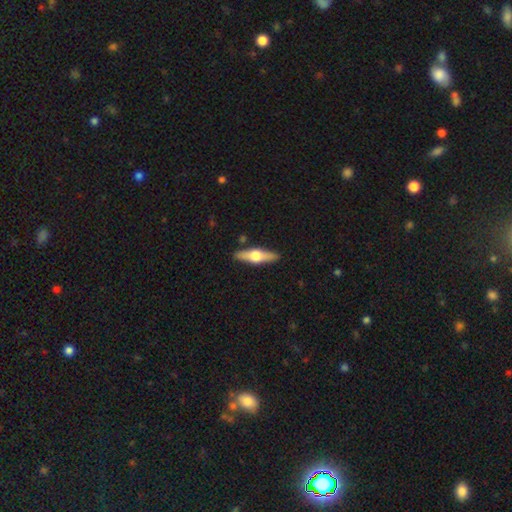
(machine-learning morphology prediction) type=featured or disk (61%); edge-on=yes (95%); edge-on bulge=rounded (95%); merging=none (89%).